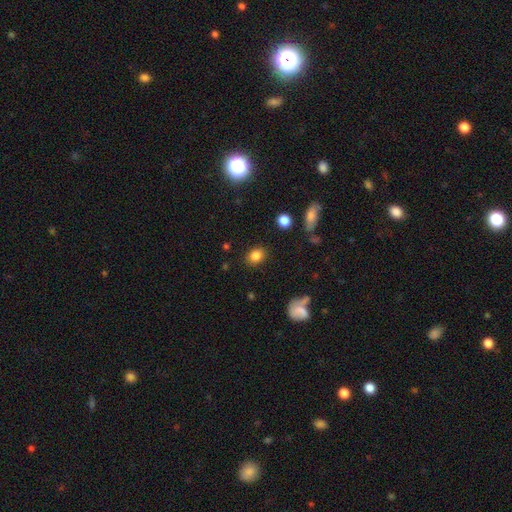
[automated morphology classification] Q: Smooth or featured?
A: smooth (83%); runner-up: star or artifact (11%)
Q: How rounded?
A: in between (53%); runner-up: round (45%)
Q: Merging?
A: none (85%); runner-up: minor disturbance (10%)